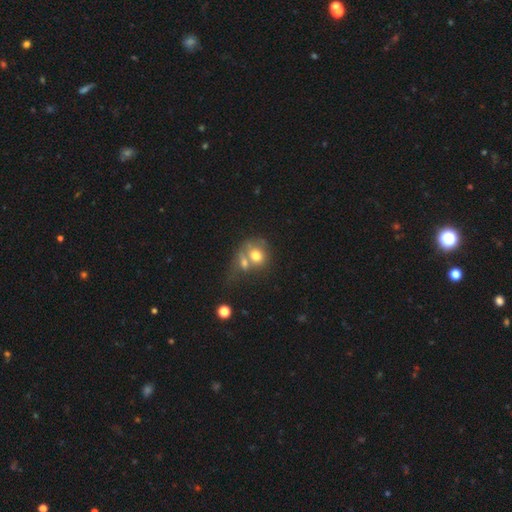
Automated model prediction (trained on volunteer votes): Morphology: type=smooth (69%); roundness=round (66%); merging=merger (57%).